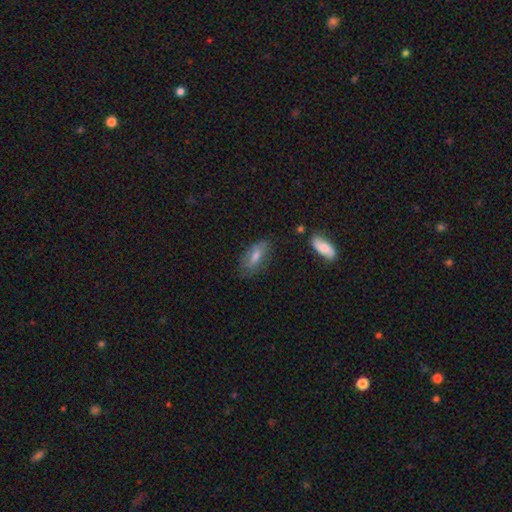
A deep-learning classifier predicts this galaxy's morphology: Smooth or featured?
  - smooth: 60% *
  - featured or disk: 31%
  - star or artifact: 9%
How rounded?
  - in between: 77% *
  - cigar-shaped: 19%
  - round: 3%
Merging?
  - none: 70% *
  - minor disturbance: 21%
  - major disturbance: 6%
  - merger: 3%